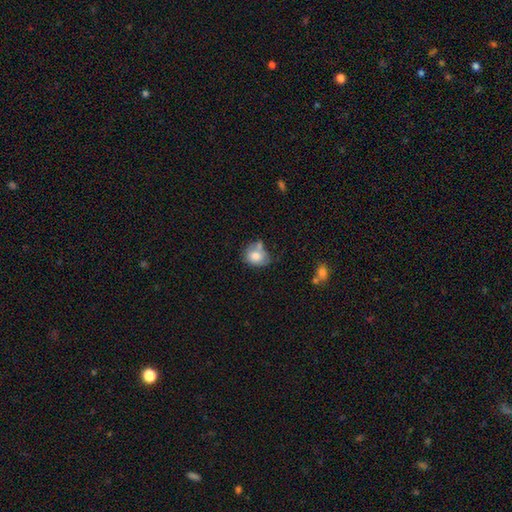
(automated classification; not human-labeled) A smooth galaxy with no disk features (77%) that is in between round and cigar-shaped (52%).

Vote fractions:
- Smooth or featured? smooth: 77% / featured or disk: 16% / star or artifact: 8%
- How rounded? in between: 52% / round: 47% / cigar-shaped: 1%
- Merging? none: 42% / minor disturbance: 26% / merger: 23% / major disturbance: 9%